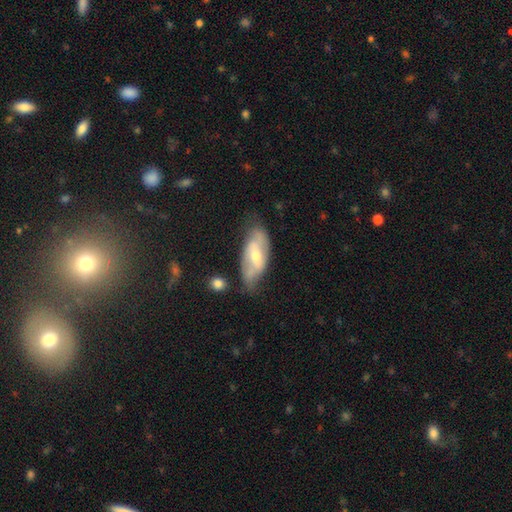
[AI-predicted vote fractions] The model was most divided on "bar": weak: 41%, strong: 33%, no: 26%. More confident: edge-on disk — no (85%); spiral arms — yes (70%); merging — none (62%); smooth or featured — featured or disk (62%); bulge size — moderate (55%).